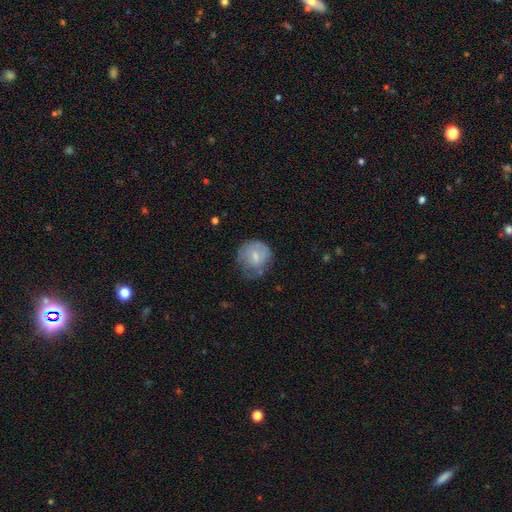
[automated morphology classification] Overall: smooth (68%). How rounded: round (80%). Merging: none (45%; minor disturbance 34%).